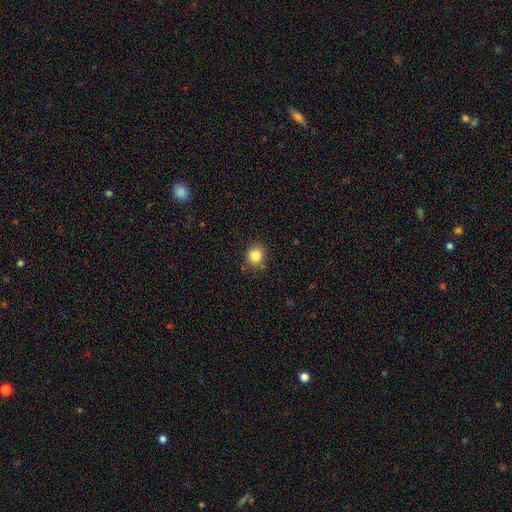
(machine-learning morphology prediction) A smooth galaxy with no disk features (84%) that is round (84%). Merging: none (84%).